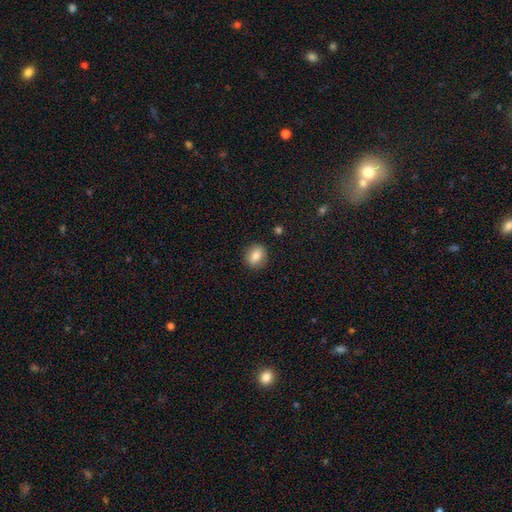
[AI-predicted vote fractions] The model was most divided on "how rounded": round: 67%, in between: 32%, cigar-shaped: 1%. More confident: merging — none (88%); smooth or featured — smooth (80%).